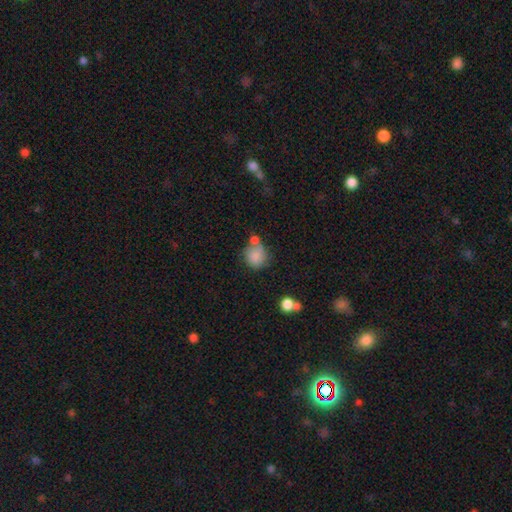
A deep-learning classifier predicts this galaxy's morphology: Smooth or featured: smooth — 82% (featured or disk — 9%)
How rounded: round — 82% (in between — 17%)
Merging: none — 45% (merger — 30%)